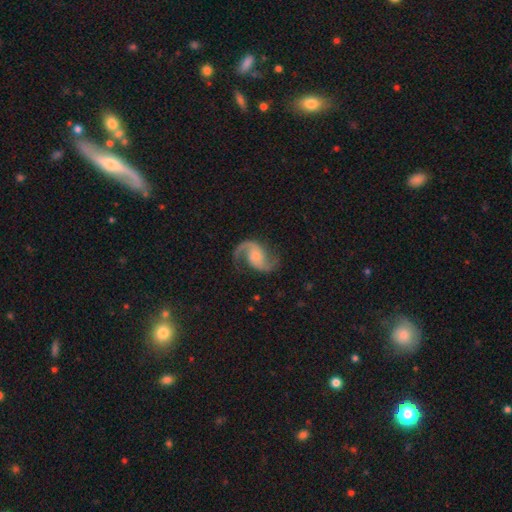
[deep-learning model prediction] Smooth or featured? featured or disk (91%)
Edge-on disk? no (98%)
Bar? no (60%)
Spiral arms? yes (98%)
Spiral winding? loose (52%)
Spiral arm count? 2 (93%)
Bulge size? small (57%)
Merging? none (80%)